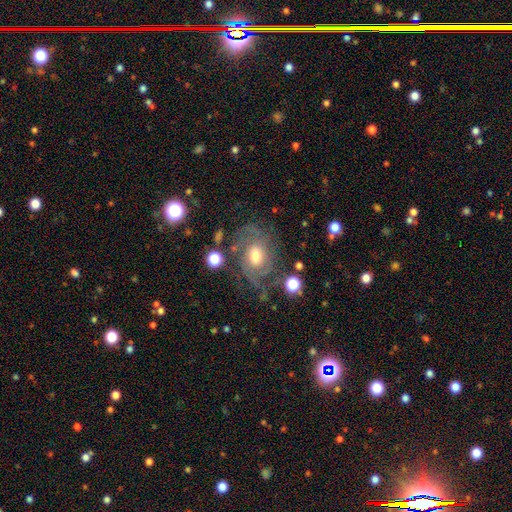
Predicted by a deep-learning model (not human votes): A featured or disk galaxy (78%) with no bar (64%), tight (47%) spiral arms (90%) and a moderate central bulge (65%).

Vote fractions:
- Smooth or featured? featured or disk: 78% / smooth: 14% / star or artifact: 8%
- Edge-on disk? no: 97% / yes: 3%
- Bar? no: 64% / weak: 30% / strong: 6%
- Spiral arms? yes: 90% / no: 10%
- Spiral winding? tight: 47% / medium: 39% / loose: 14%
- Spiral arm count? can't tell: 33% / 2: 29% / 3: 18% / 4: 8% / 1: 6% / more than 4: 6%
- Bulge size? moderate: 65% / small: 19% / large: 12% / none: 2% / dominant: 1%
- Merging? none: 63% / minor disturbance: 19% / major disturbance: 15% / merger: 4%